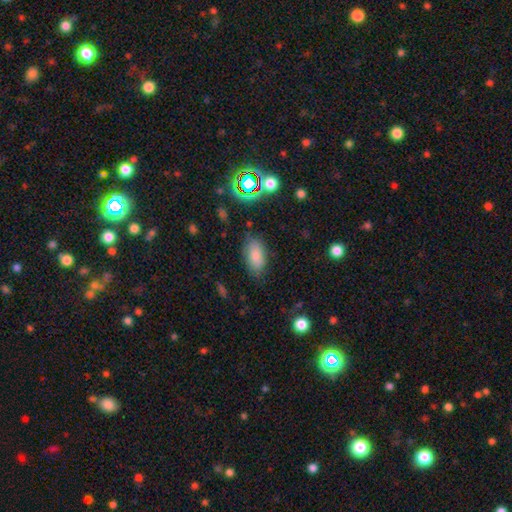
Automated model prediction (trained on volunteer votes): Morphology: type=smooth (81%); roundness=in between (92%); merging=none (76%).